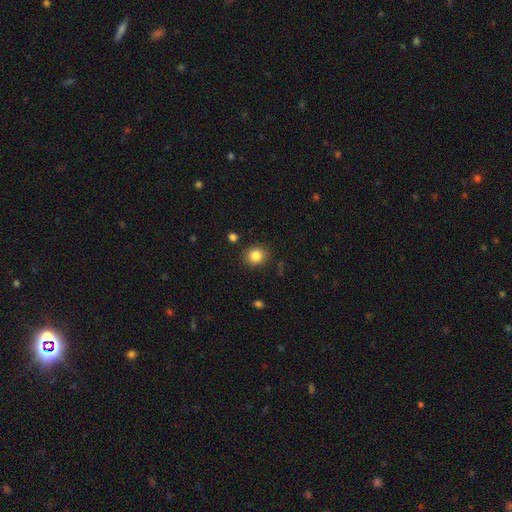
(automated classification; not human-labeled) Smooth or featured? Predicted: smooth (p=0.84). How rounded? Predicted: round (p=0.78). Merging? Predicted: none (p=0.87).